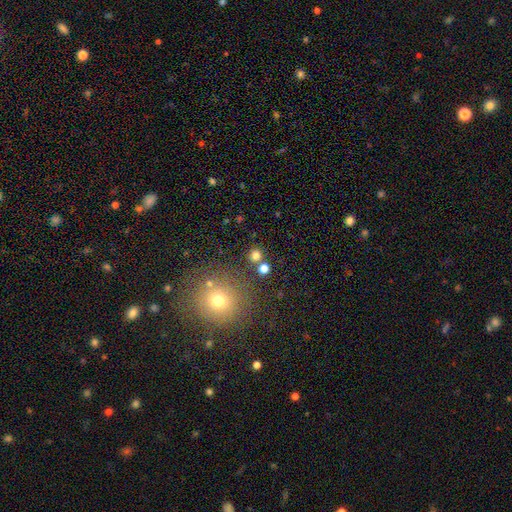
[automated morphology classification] smooth-or-featured: smooth: 74% | star or artifact: 19% | featured or disk: 7%
  how-rounded: round: 90% | in between: 9% | cigar-shaped: 1%
  merging: none: 78% | merger: 12% | minor disturbance: 7% | major disturbance: 3%